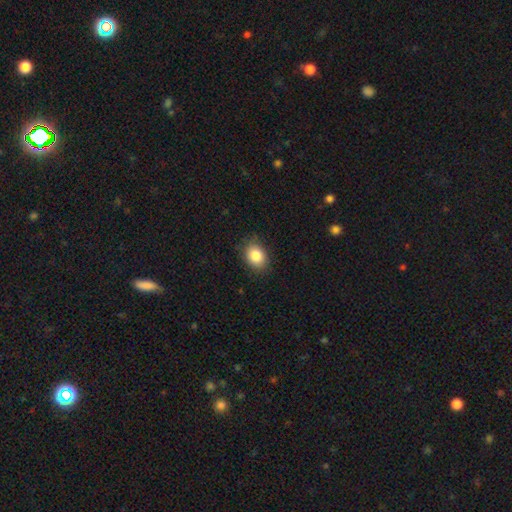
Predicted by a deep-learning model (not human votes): Smooth or featured? smooth (85%)
How rounded? in between (65%)
Merging? none (84%)